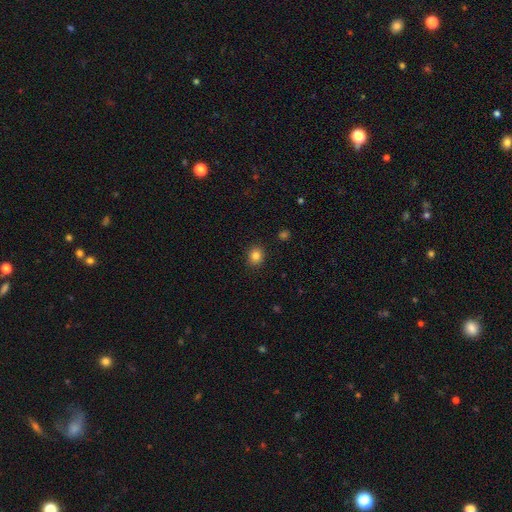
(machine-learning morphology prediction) A smooth galaxy with no disk features (83%) that is round (76%).

Vote fractions:
- Smooth or featured? smooth: 83% / star or artifact: 12% / featured or disk: 6%
- How rounded? round: 76% / in between: 23% / cigar-shaped: 1%
- Merging? none: 90% / minor disturbance: 7% / major disturbance: 2% / merger: 1%